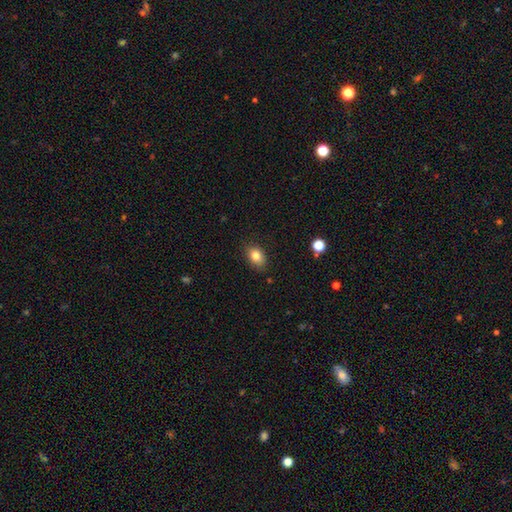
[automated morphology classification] Smooth or featured?
  - smooth: 81% *
  - star or artifact: 10%
  - featured or disk: 9%
How rounded?
  - in between: 77% *
  - round: 22%
  - cigar-shaped: 1%
Merging?
  - none: 83% *
  - minor disturbance: 13%
  - major disturbance: 3%
  - merger: 1%